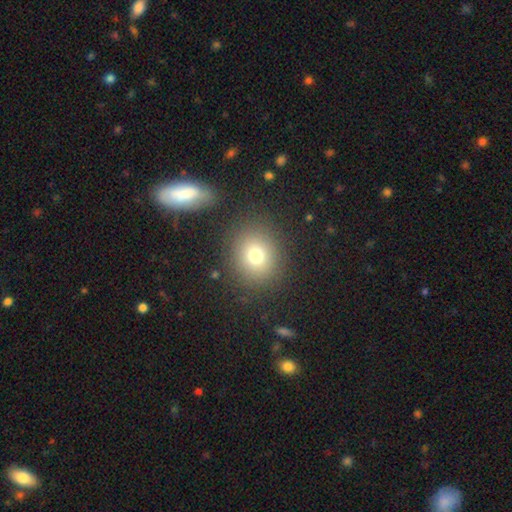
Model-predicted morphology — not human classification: A smooth galaxy with no disk features (73%) that is round (82%). Merging: none (86%).